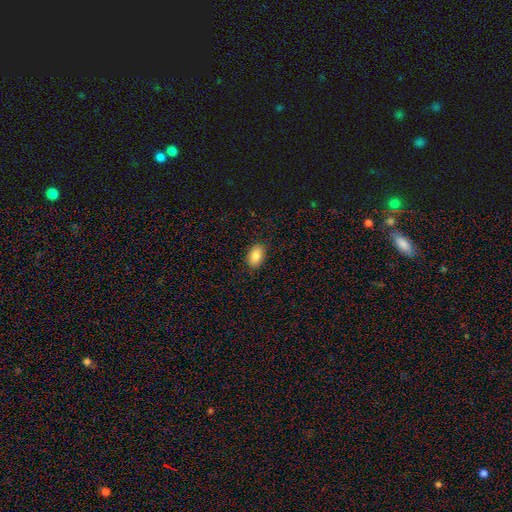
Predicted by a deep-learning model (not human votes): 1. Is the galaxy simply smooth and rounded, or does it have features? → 86% smooth, 8% star or artifact, 6% featured or disk.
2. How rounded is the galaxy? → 91% in between, 8% round, 1% cigar-shaped.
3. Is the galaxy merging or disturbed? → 88% none, 9% minor disturbance, 2% major disturbance, 1% merger.